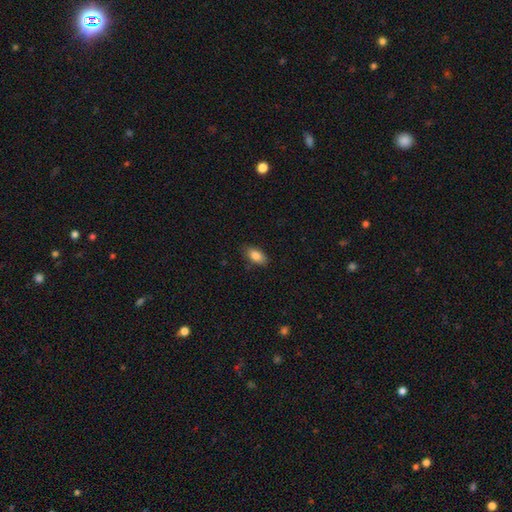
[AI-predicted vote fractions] Smooth or featured?
  - smooth: 85% *
  - star or artifact: 8%
  - featured or disk: 7%
How rounded?
  - in between: 90% *
  - cigar-shaped: 5%
  - round: 5%
Merging?
  - none: 83% *
  - minor disturbance: 14%
  - major disturbance: 3%
  - merger: 1%